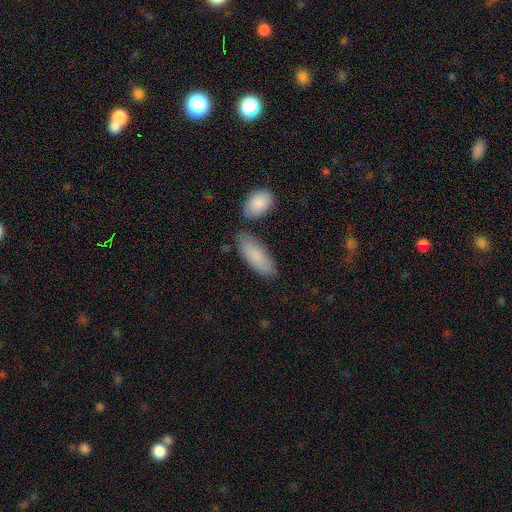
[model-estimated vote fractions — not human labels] Smooth or featured?
  - smooth: 85% *
  - featured or disk: 10%
  - star or artifact: 6%
How rounded?
  - in between: 75% *
  - cigar-shaped: 23%
  - round: 2%
Merging?
  - none: 71% *
  - minor disturbance: 15%
  - merger: 10%
  - major disturbance: 4%